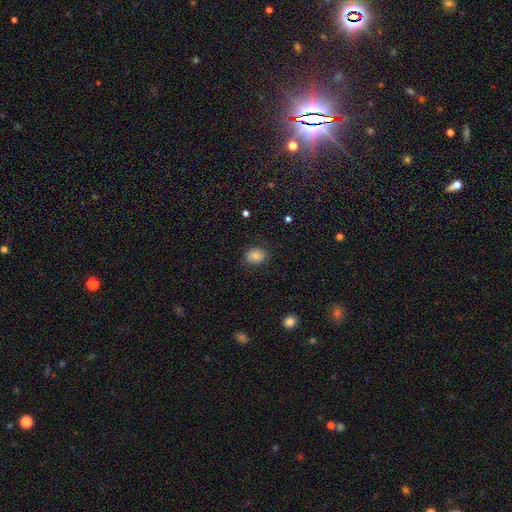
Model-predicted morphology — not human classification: Smooth or featured?
  - smooth: 78% *
  - featured or disk: 12%
  - star or artifact: 9%
How rounded?
  - in between: 55% *
  - round: 44%
  - cigar-shaped: 1%
Merging?
  - none: 79% *
  - minor disturbance: 16%
  - major disturbance: 4%
  - merger: 1%